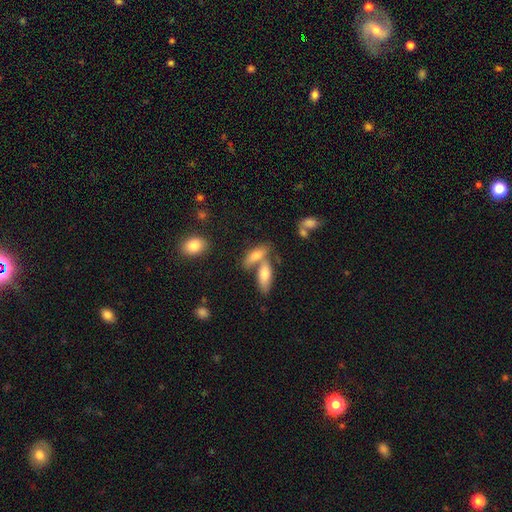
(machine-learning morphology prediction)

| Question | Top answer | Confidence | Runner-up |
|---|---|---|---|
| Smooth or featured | smooth | 72% | featured or disk (19%) |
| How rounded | in between | 66% | cigar-shaped (30%) |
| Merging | merger | 45% | none (40%) |